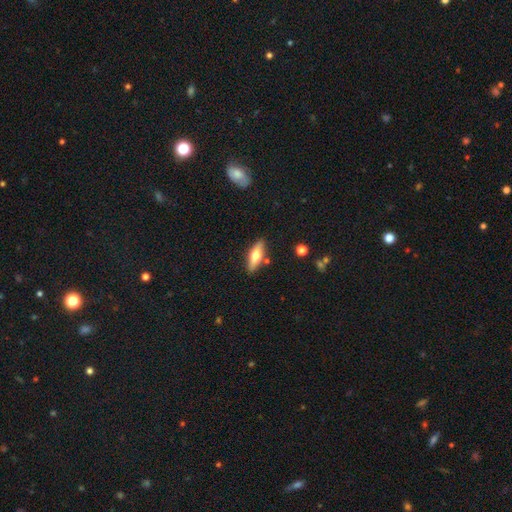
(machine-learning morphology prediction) This appears to be a smooth galaxy with no disk features (60%) that is in between round and cigar-shaped (57%). Merging: none (83%).